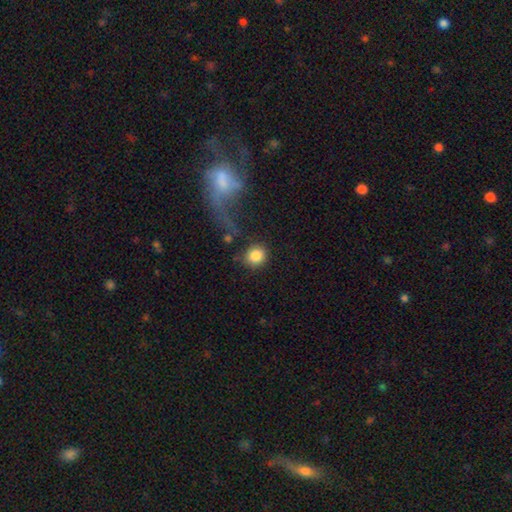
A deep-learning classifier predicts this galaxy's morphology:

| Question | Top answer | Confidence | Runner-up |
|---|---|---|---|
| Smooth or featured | smooth | 86% | star or artifact (8%) |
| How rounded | round | 86% | in between (13%) |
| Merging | none | 74% | minor disturbance (11%) |